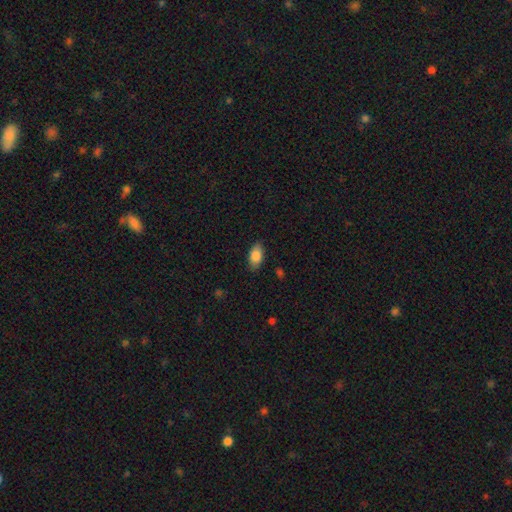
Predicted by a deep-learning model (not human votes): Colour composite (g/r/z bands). It shows a smooth galaxy with no disk features (86%) that is in between round and cigar-shaped (92%). Merging: none (85%).